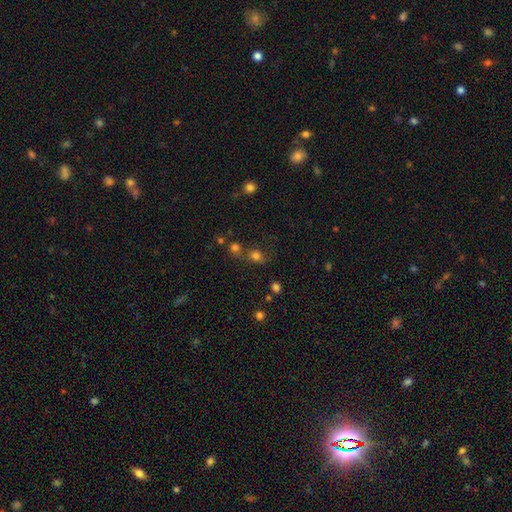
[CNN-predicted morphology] Overall: smooth (71%). How rounded: round (68%; in between 30%). Merging: none (53%; merger 26%).